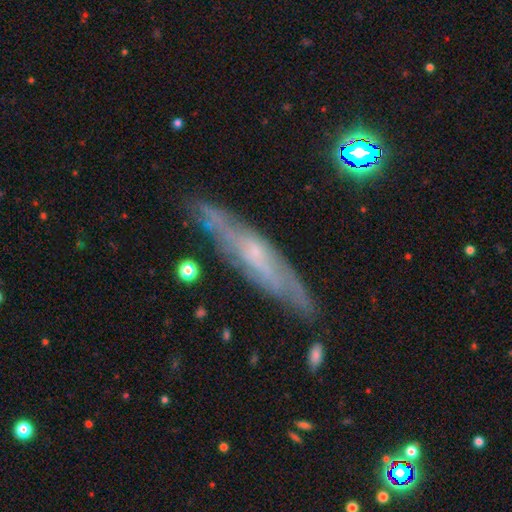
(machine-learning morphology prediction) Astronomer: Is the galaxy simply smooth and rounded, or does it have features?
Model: featured or disk — 69%.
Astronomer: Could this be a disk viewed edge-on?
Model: yes — 61% (runner-up: no, 39%).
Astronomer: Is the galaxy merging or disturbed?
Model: none — 80%.